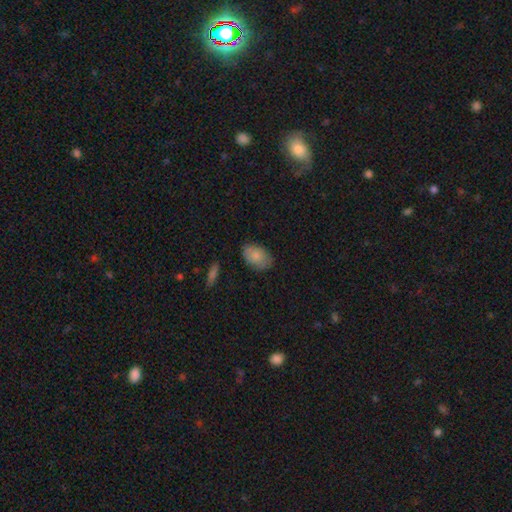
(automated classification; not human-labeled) This is clearly a smooth galaxy (83%). How rounded: clearly in between (88%). Merging: likely none (80%).